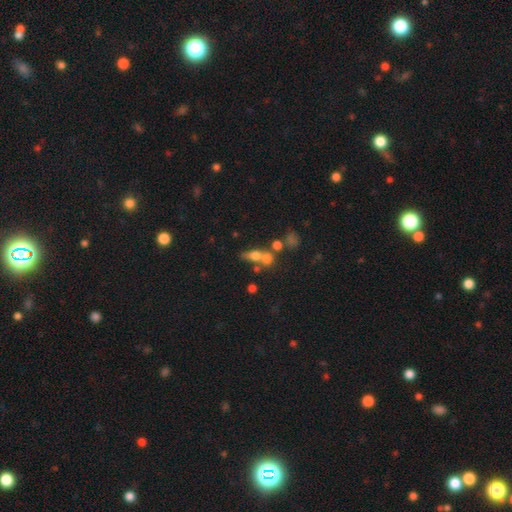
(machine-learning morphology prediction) A smooth galaxy with no disk features (61%) that is in between round and cigar-shaped (48%). Merging: merger (49%).